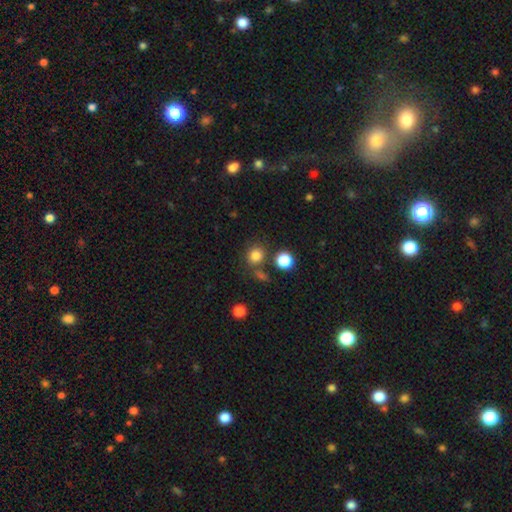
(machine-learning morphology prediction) This is clearly a smooth galaxy (82%). How rounded: clearly round (85%). Merging: likely none (74%).